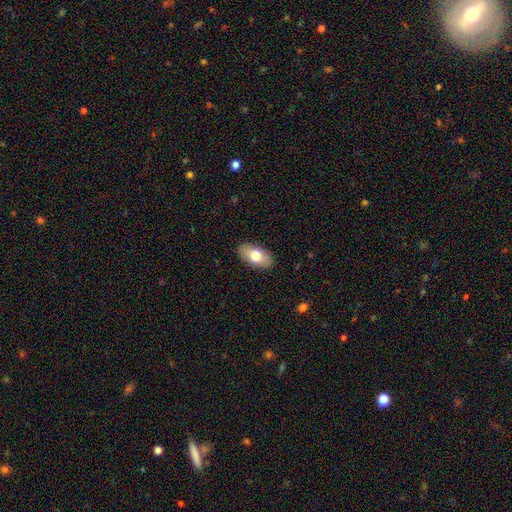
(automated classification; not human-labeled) This appears to be a smooth galaxy with no disk features (72%) that is in between round and cigar-shaped (93%). Merging: none (88%).